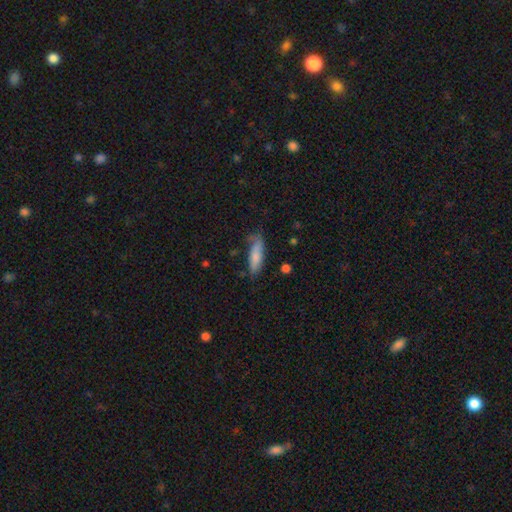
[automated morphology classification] Overall: smooth (78%). How rounded: cigar-shaped (54%; in between 44%). Merging: none (59%; minor disturbance 29%).